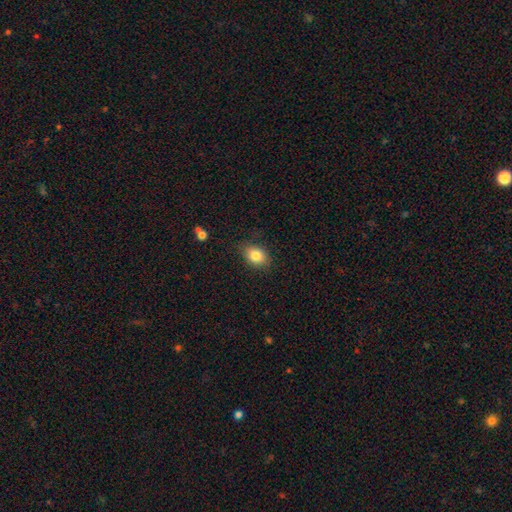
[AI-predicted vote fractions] The model was most divided on "how rounded": in between: 73%, round: 26%, cigar-shaped: 1%. More confident: smooth or featured — smooth (84%); merging — none (80%).